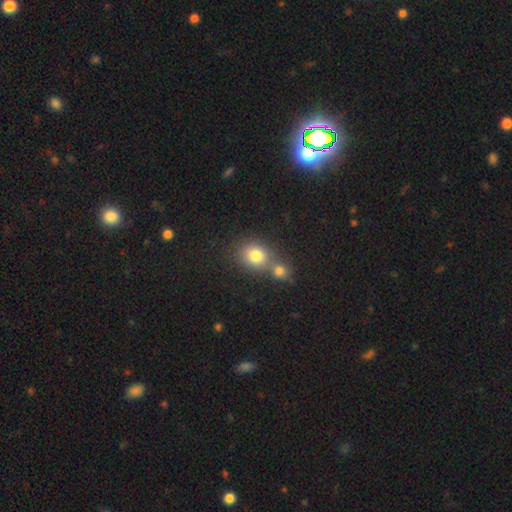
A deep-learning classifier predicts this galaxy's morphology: The model was most divided on "merging": merger: 50%, none: 40%, minor disturbance: 7%, major disturbance: 3%. More confident: smooth or featured — smooth (79%); how rounded — round (71%).